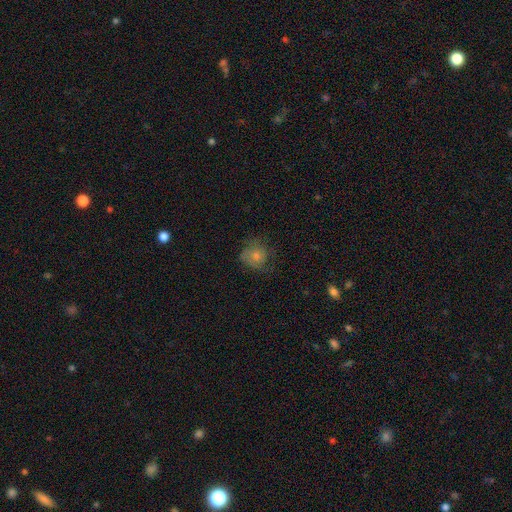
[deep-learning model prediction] This is likely a smooth galaxy (70%). How rounded: likely round (80%). Merging: possibly none (57%).